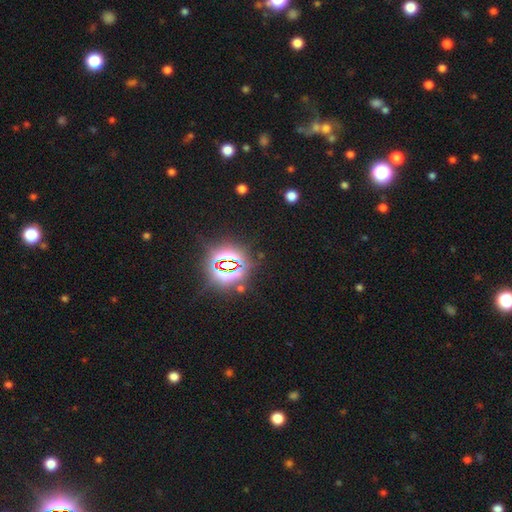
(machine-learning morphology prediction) Smooth or featured? Predicted: star or artifact (p=0.82).